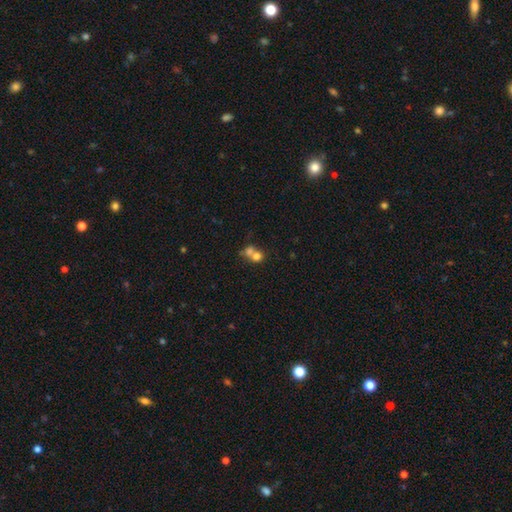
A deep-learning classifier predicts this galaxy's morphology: type=smooth (71%); roundness=round (71%); merging=merger (64%).